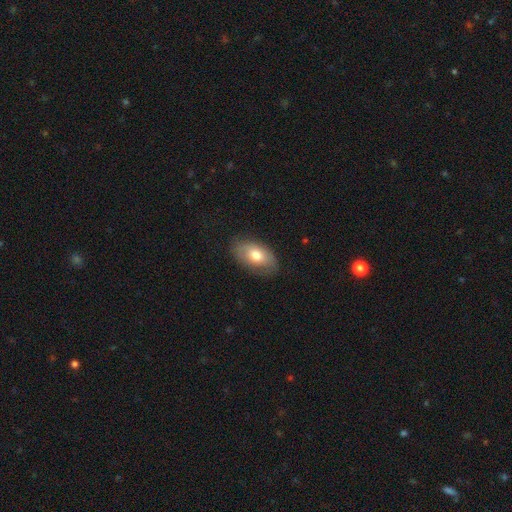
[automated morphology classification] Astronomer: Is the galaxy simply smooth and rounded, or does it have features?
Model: smooth — 70%.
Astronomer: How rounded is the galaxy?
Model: in between — 92%.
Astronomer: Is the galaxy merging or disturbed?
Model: none — 78%.